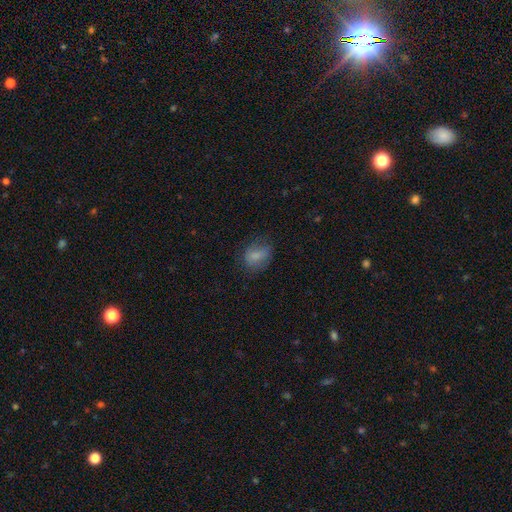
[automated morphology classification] smooth-or-featured: smooth: 77% | featured or disk: 14% | star or artifact: 10%
  how-rounded: in between: 63% | round: 36% | cigar-shaped: 2%
  merging: none: 62% | minor disturbance: 25% | major disturbance: 12% | merger: 1%